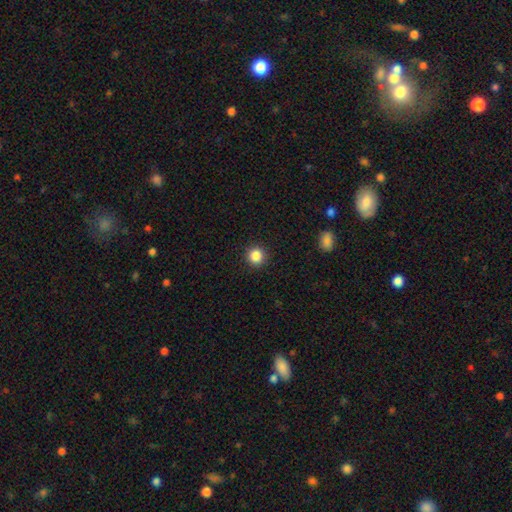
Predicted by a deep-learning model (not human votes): smooth-or-featured: smooth: 86% | star or artifact: 11% | featured or disk: 4%
  how-rounded: round: 94% | in between: 5% | cigar-shaped: 1%
  merging: none: 92% | minor disturbance: 5% | major disturbance: 2% | merger: 1%